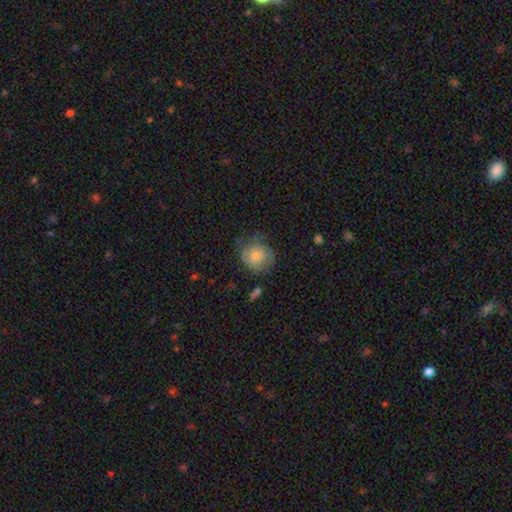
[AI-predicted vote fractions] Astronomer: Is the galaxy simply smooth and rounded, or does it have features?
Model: smooth — 56% (runner-up: featured or disk, 36%).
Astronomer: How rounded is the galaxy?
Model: round — 80%.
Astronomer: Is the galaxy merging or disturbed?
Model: none — 57%.